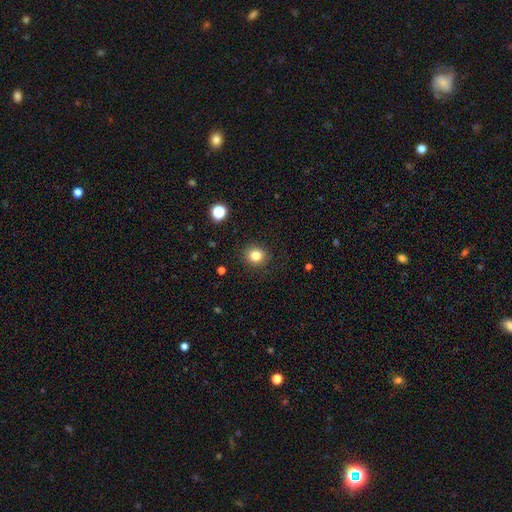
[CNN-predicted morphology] Q: Smooth or featured?
A: smooth (82%); runner-up: star or artifact (12%)
Q: How rounded?
A: round (84%); runner-up: in between (15%)
Q: Merging?
A: none (89%); runner-up: minor disturbance (7%)